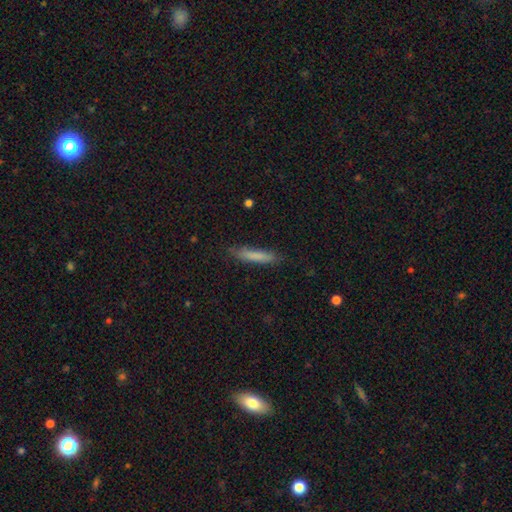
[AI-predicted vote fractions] Q: Smooth or featured?
A: smooth (79%); runner-up: featured or disk (15%)
Q: How rounded?
A: cigar-shaped (88%); runner-up: in between (10%)
Q: Merging?
A: none (82%); runner-up: minor disturbance (14%)